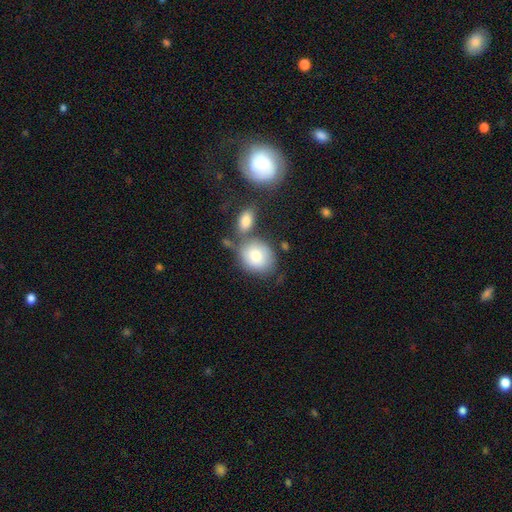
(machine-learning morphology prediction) Smooth or featured? smooth (79%)
How rounded? round (64%)
Merging? none (55%)